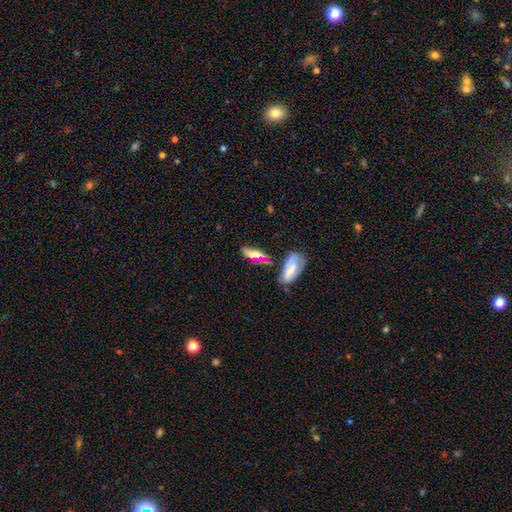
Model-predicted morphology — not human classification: Smooth or featured?
  - smooth: 53% *
  - featured or disk: 37%
  - star or artifact: 10%
How rounded?
  - in between: 58% *
  - cigar-shaped: 38%
  - round: 4%
Merging?
  - none: 61% *
  - minor disturbance: 21%
  - merger: 11%
  - major disturbance: 7%